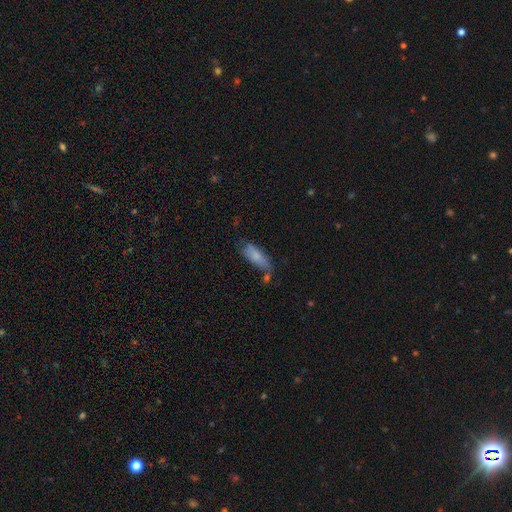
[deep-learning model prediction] Q: Smooth or featured?
A: smooth (77%); runner-up: featured or disk (16%)
Q: How rounded?
A: in between (64%); runner-up: cigar-shaped (34%)
Q: Merging?
A: none (52%); runner-up: minor disturbance (28%)